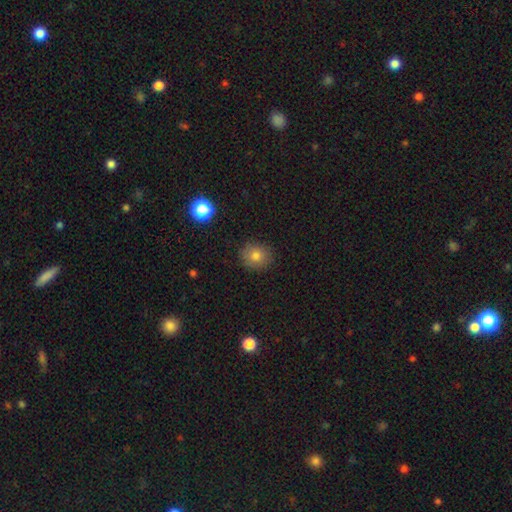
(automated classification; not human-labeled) Smooth or featured?
  - smooth: 78% *
  - star or artifact: 12%
  - featured or disk: 9%
How rounded?
  - round: 80% *
  - in between: 19%
  - cigar-shaped: 1%
Merging?
  - none: 88% *
  - minor disturbance: 9%
  - major disturbance: 2%
  - merger: 1%